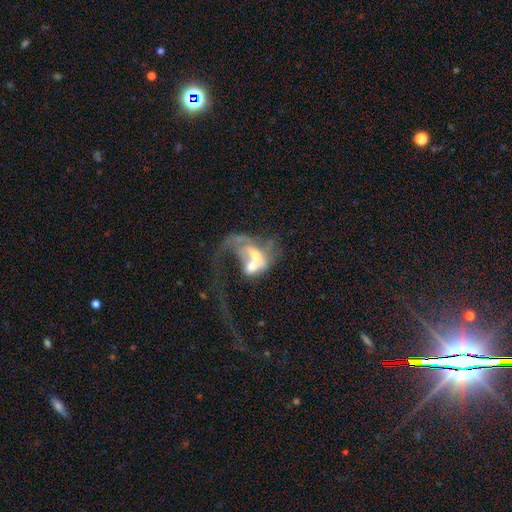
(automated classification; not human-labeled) Q: Smooth or featured?
A: featured or disk (60%); runner-up: smooth (31%)
Q: Edge-on disk?
A: no (95%); runner-up: yes (5%)
Q: Bar?
A: no (67%); runner-up: weak (24%)
Q: Spiral arms?
A: no (54%); runner-up: yes (46%)
Q: Bulge size?
A: moderate (51%); runner-up: small (20%)
Q: Merging?
A: merger (60%); runner-up: major disturbance (27%)